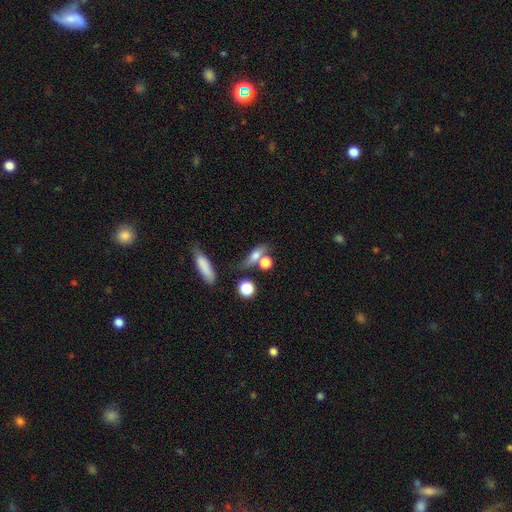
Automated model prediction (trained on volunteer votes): Overall: smooth (67%). How rounded: in between (42%; cigar-shaped 37%). Merging: none (52%; merger 27%).